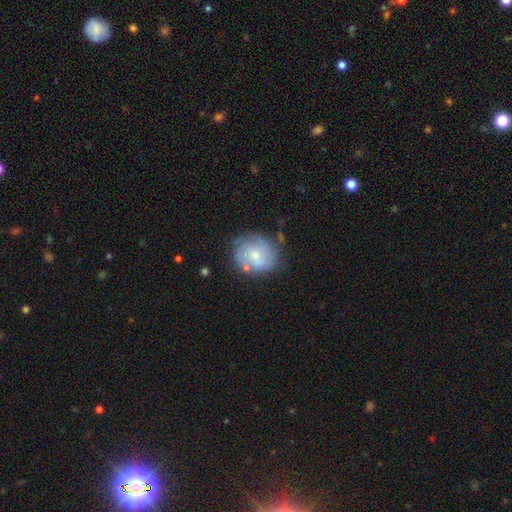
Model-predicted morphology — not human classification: This is possibly a smooth galaxy (52%). How rounded: likely round (73%). Merging: likely none (61%).